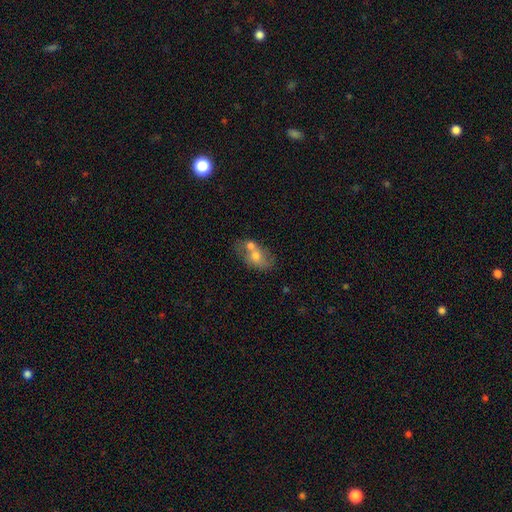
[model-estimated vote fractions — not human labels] This is likely a smooth galaxy (60%). How rounded: likely in between (79%). Merging: possibly merger (49%).